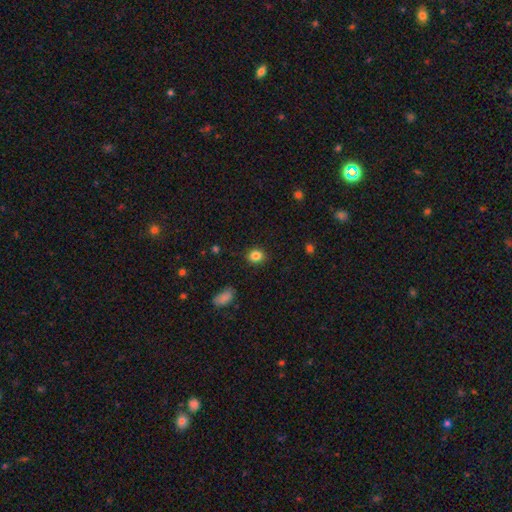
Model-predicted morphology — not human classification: This is clearly a smooth galaxy (85%). How rounded: likely round (64%). Merging: clearly none (88%).